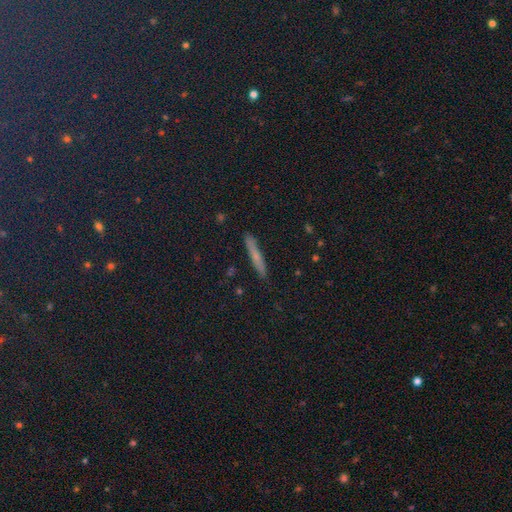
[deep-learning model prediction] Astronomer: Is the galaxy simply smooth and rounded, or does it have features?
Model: smooth — 56%.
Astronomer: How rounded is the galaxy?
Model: cigar-shaped — 91%.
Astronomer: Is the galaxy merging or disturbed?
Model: none — 88%.